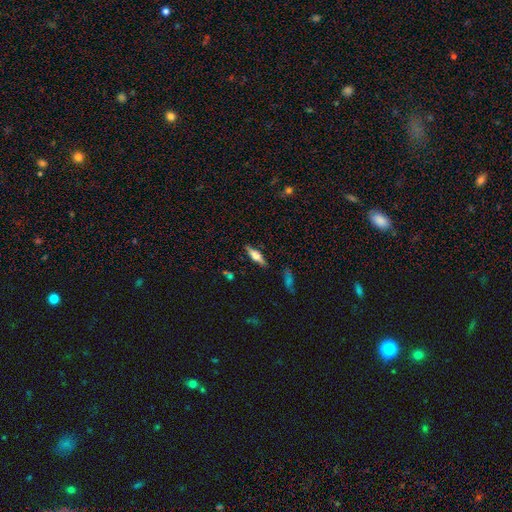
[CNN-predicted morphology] A featured or disk galaxy (59%) viewed edge-on (94%) with a rounded central bulge (92%). Merging: none (87%).